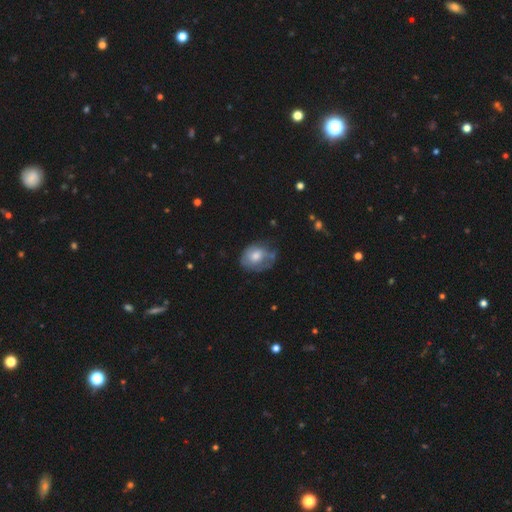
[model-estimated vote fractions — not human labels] A smooth galaxy with no disk features (57%) that is round (51%).

Vote fractions:
- Smooth or featured? smooth: 57% / featured or disk: 34% / star or artifact: 8%
- How rounded? round: 51% / in between: 48% / cigar-shaped: 1%
- Merging? none: 51% / minor disturbance: 32% / major disturbance: 14% / merger: 4%